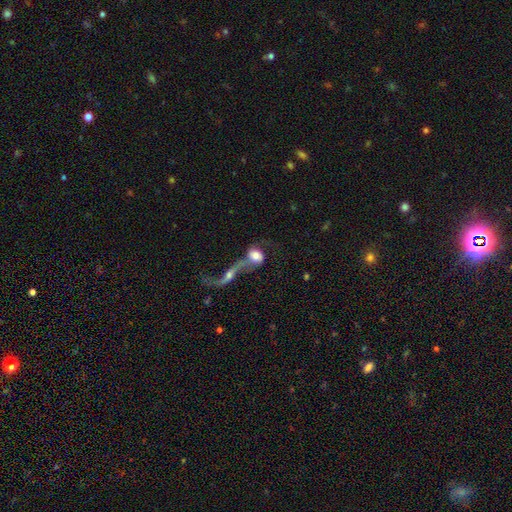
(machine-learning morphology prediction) Smooth or featured? Predicted: featured or disk (p=0.49). Merging? Predicted: merger (p=0.68).